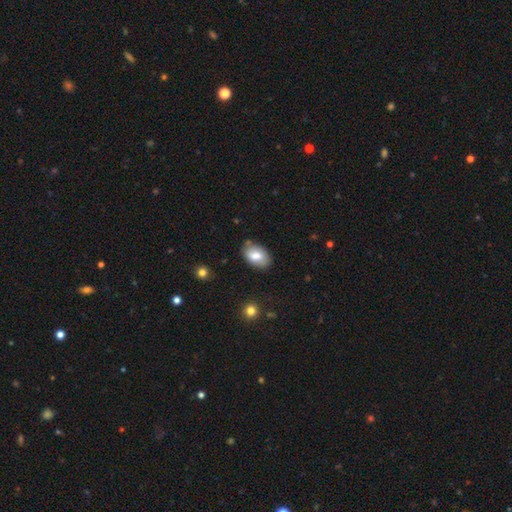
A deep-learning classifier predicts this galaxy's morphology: Smooth or featured? smooth (78%)
How rounded? in between (92%)
Merging? none (78%)